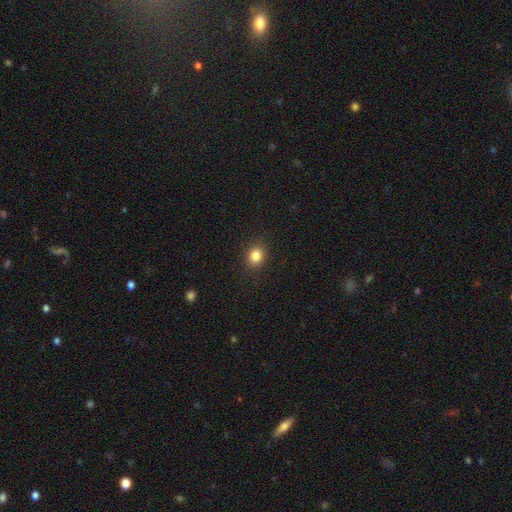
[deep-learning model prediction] A smooth galaxy with no disk features (84%) that is round (60%).

Vote fractions:
- Smooth or featured? smooth: 84% / star or artifact: 11% / featured or disk: 5%
- How rounded? round: 60% / in between: 39% / cigar-shaped: 1%
- Merging? none: 89% / minor disturbance: 7% / major disturbance: 2% / merger: 1%